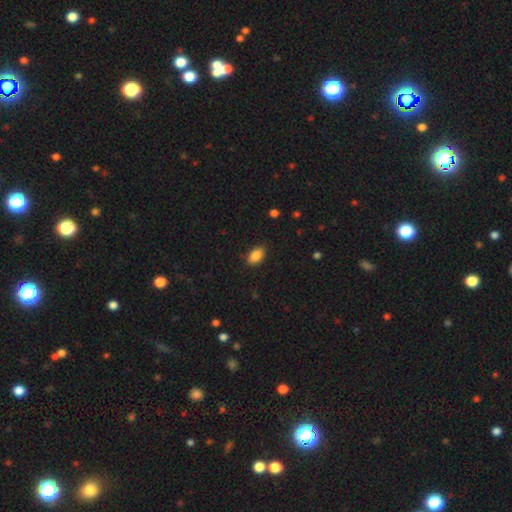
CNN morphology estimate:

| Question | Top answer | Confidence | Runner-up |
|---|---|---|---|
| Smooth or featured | smooth | 87% | star or artifact (8%) |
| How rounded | in between | 91% | round (7%) |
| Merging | none | 84% | minor disturbance (12%) |